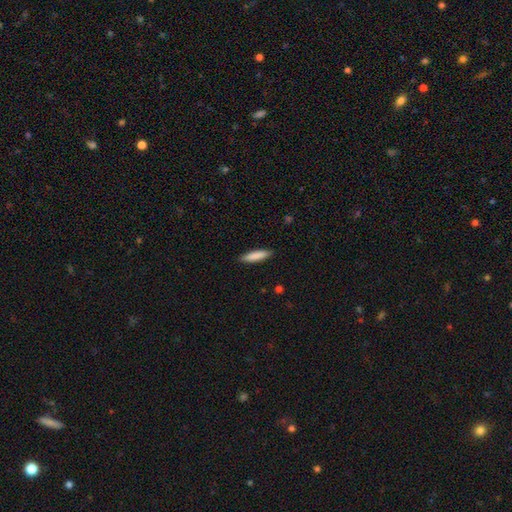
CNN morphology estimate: This appears to be a smooth galaxy with no disk features (86%) that is cigar-shaped (79%). Merging: none (89%).